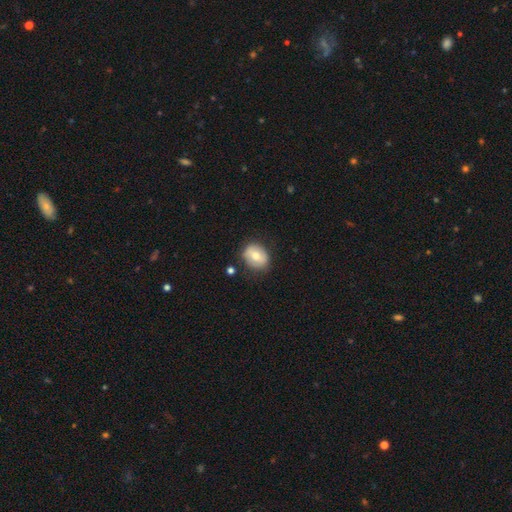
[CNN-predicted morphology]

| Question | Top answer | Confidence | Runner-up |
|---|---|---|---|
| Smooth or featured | smooth | 64% | featured or disk (28%) |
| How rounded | in between | 51% | round (48%) |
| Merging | none | 80% | minor disturbance (14%) |